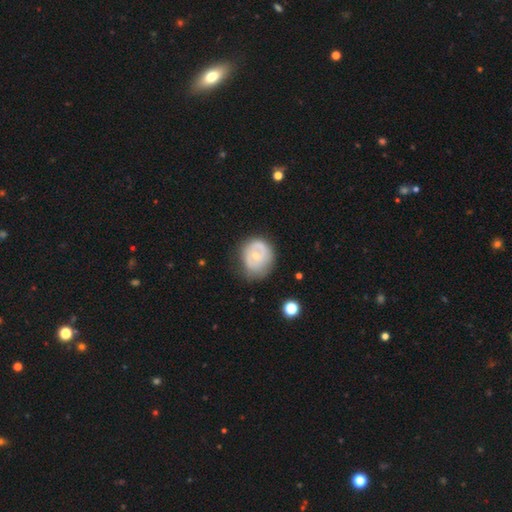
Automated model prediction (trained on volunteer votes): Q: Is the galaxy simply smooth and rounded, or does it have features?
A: featured or disk — 49%.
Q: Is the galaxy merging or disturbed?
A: none — 57%.